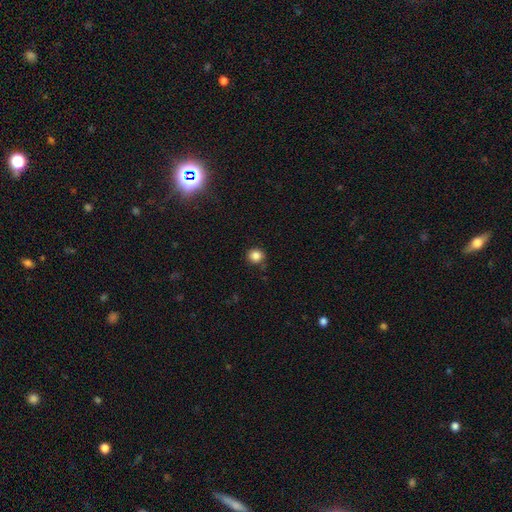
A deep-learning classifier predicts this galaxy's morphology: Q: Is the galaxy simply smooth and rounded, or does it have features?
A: smooth — 84%.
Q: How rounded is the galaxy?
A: round — 91%.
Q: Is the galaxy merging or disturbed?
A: none — 84%.